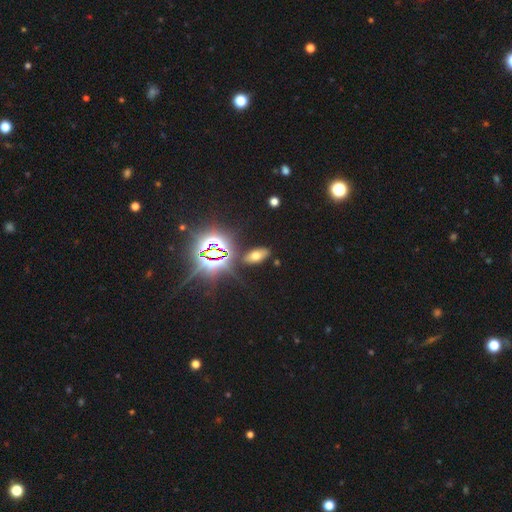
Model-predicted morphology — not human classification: Smooth or featured: smooth — 50% (star or artifact — 36%)
Merging: none — 84% (minor disturbance — 9%)